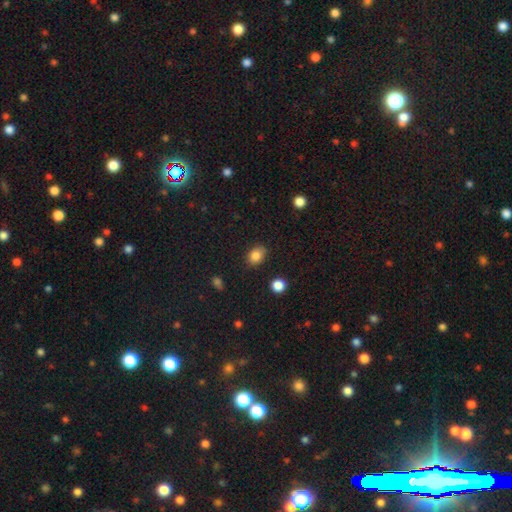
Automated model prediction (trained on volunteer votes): This is clearly a smooth galaxy (84%). How rounded: possibly in between (59%). Merging: clearly none (81%).